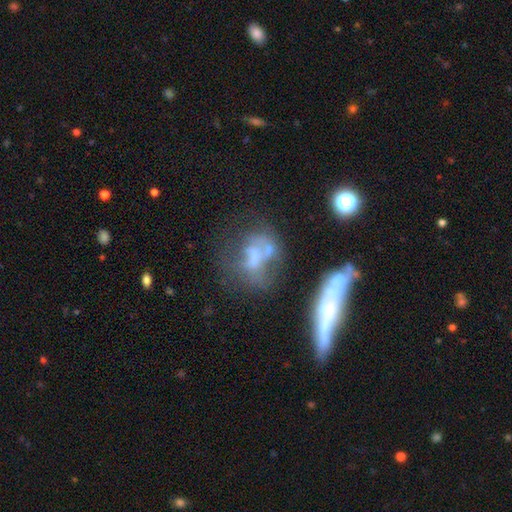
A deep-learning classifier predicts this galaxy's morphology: Q: Smooth or featured?
A: featured or disk (51%); runner-up: smooth (32%)
Q: Edge-on disk?
A: no (94%); runner-up: yes (6%)
Q: Merging?
A: major disturbance (29%); runner-up: none (28%)